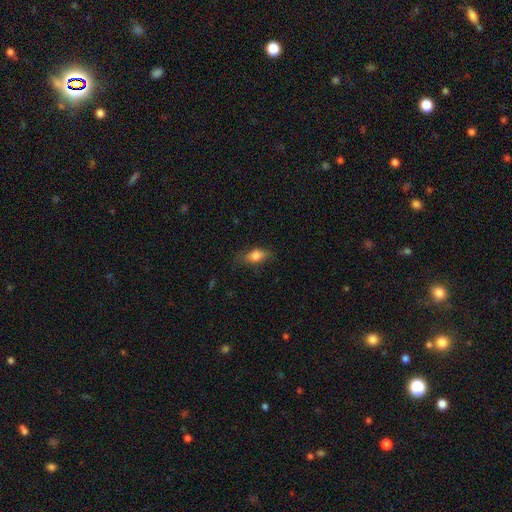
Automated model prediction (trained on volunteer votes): Morphology: type=smooth (78%); roundness=in between (78%); merging=none (70%).